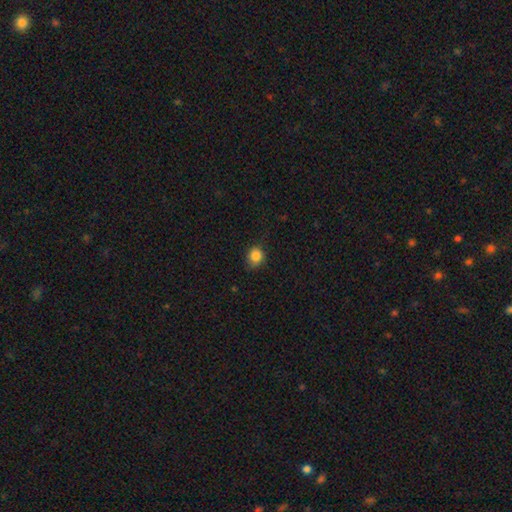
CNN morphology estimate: Smooth or featured? Predicted: smooth (p=0.85). How rounded? Predicted: round (p=0.73). Merging? Predicted: none (p=0.72).